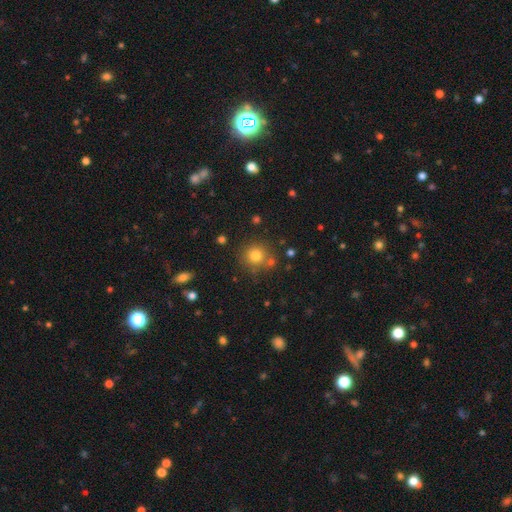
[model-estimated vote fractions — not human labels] Smooth or featured? Predicted: smooth (p=0.78). How rounded? Predicted: round (p=0.93). Merging? Predicted: none (p=0.79).